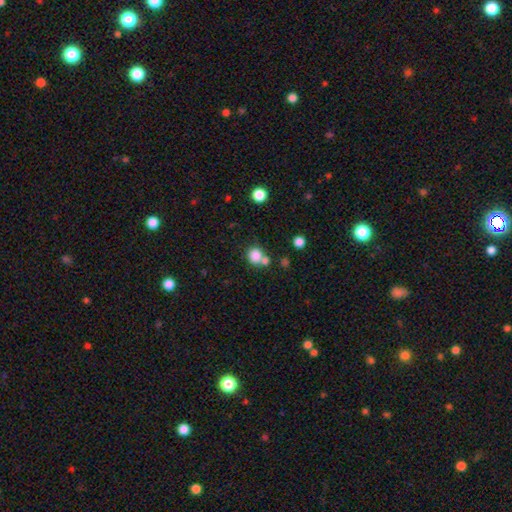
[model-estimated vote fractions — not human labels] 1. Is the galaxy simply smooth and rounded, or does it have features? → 81% smooth, 12% star or artifact, 7% featured or disk.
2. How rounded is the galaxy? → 81% round, 18% in between, 1% cigar-shaped.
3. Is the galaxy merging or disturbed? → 54% none, 32% merger, 10% minor disturbance, 4% major disturbance.